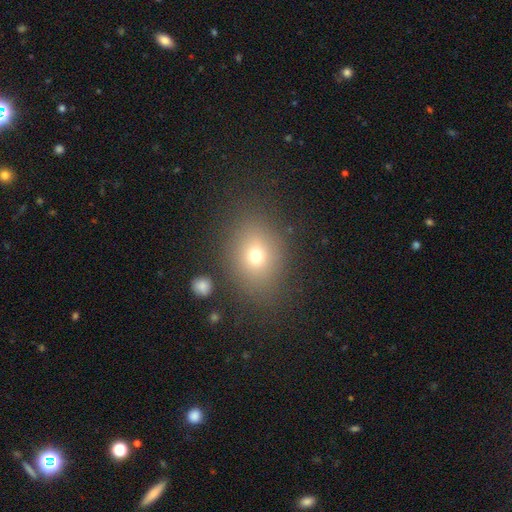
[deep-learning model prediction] smooth-or-featured: smooth: 69% | star or artifact: 17% | featured or disk: 14%
  how-rounded: in between: 51% | round: 47% | cigar-shaped: 1%
  merging: none: 80% | minor disturbance: 11% | major disturbance: 6% | merger: 3%